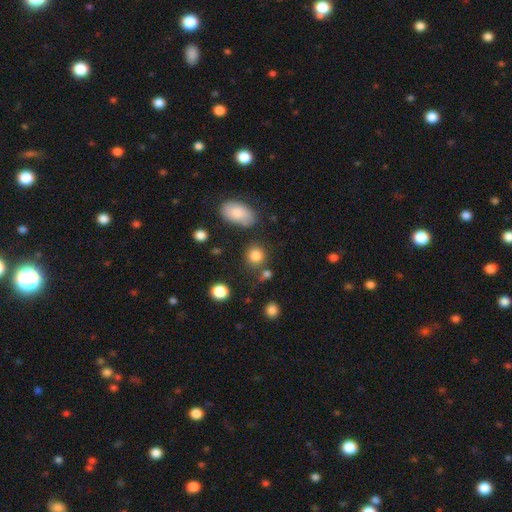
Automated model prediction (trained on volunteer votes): This appears to be a smooth galaxy with no disk features (84%) that is round (85%). Merging: none (77%).